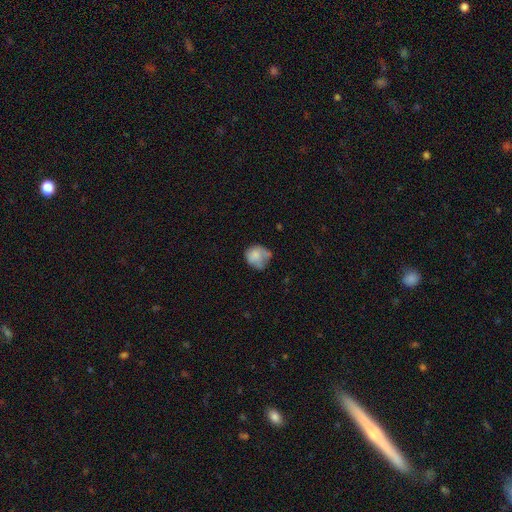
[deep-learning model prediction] smooth 74%, featured or disk 17%, star or artifact 9%. Down the decision tree: how rounded — round (72%); merging — none (43%).